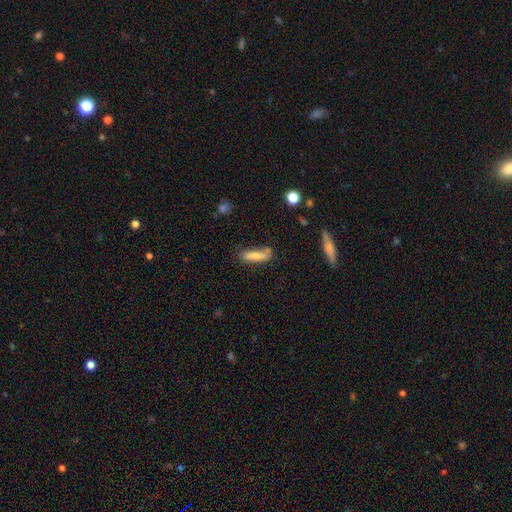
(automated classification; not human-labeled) smooth 71%, featured or disk 21%, star or artifact 7%. Down the decision tree: how rounded — cigar-shaped (66%); merging — none (60%).